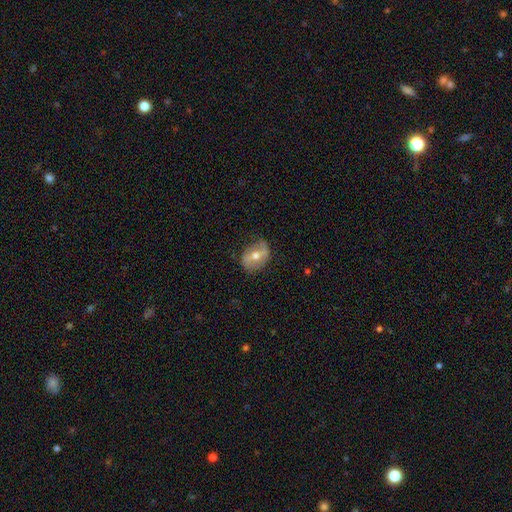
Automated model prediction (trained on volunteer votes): Smooth or featured? featured or disk (53%)
Edge-on disk? no (92%)
Merging? none (68%)